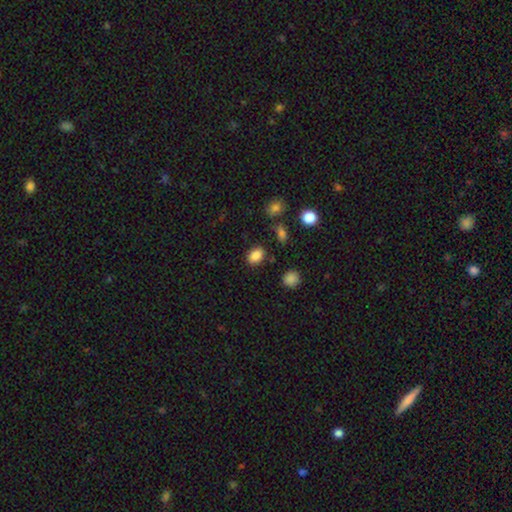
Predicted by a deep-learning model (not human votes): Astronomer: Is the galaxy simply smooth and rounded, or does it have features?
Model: smooth — 85%.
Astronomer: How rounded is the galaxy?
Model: in between — 74%.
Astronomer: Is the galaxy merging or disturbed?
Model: none — 82%.